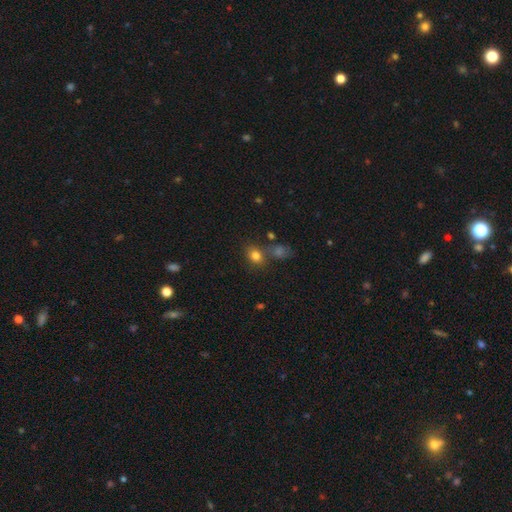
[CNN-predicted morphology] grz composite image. It shows a smooth galaxy with no disk features (79%) that is in between round and cigar-shaped (56%). Merging: none (59%).